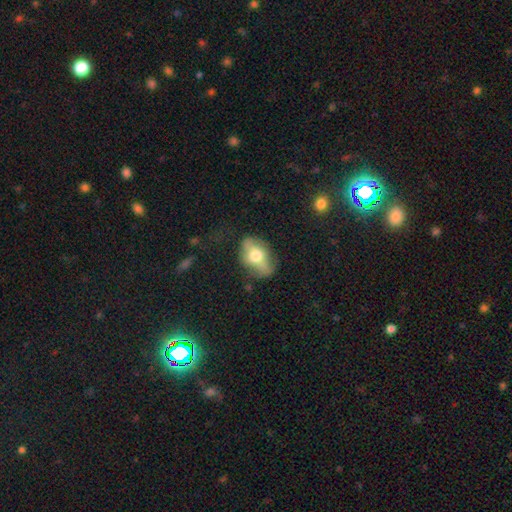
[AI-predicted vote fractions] A smooth galaxy with no disk features (51%) that is in between round and cigar-shaped (81%). Merging: none (59%).